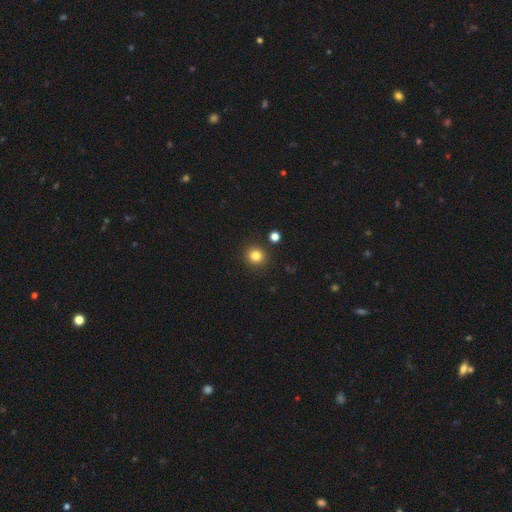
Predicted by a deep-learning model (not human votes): Q: Smooth or featured?
A: smooth (82%); runner-up: star or artifact (13%)
Q: How rounded?
A: round (91%); runner-up: in between (8%)
Q: Merging?
A: none (89%); runner-up: minor disturbance (6%)